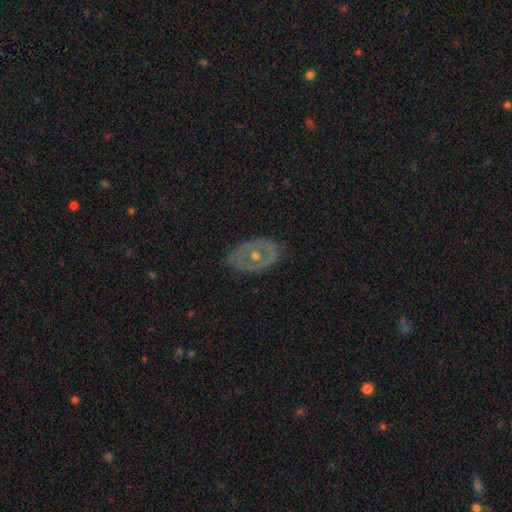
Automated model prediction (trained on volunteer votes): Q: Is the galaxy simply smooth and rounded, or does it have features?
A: featured or disk — 64%.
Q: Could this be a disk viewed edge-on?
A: no — 92%.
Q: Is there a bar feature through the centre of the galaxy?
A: no — 86%.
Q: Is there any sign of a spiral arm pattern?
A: no — 77%.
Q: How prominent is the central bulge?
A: moderate — 56%.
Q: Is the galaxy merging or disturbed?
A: none — 72%.